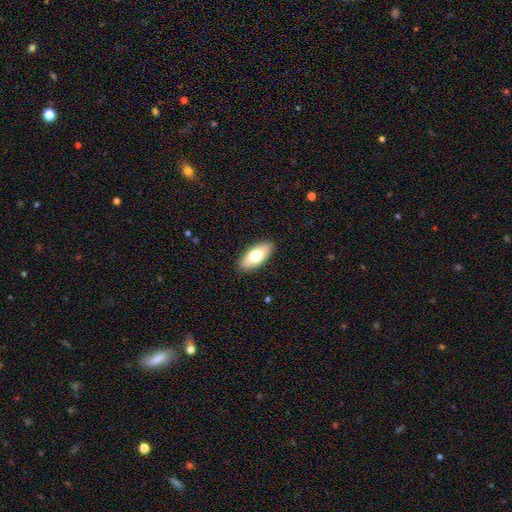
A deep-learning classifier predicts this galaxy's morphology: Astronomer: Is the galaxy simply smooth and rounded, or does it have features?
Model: smooth — 72%.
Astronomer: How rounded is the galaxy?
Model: in between — 86%.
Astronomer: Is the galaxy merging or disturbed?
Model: none — 90%.